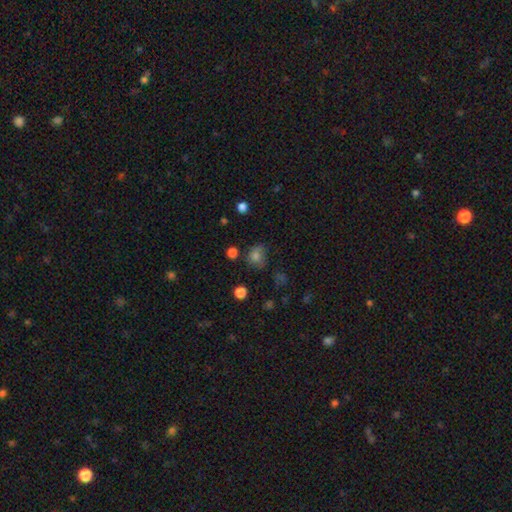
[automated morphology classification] Smooth or featured? Predicted: smooth (p=0.76). How rounded? Predicted: round (p=0.65). Merging? Predicted: none (p=0.57).